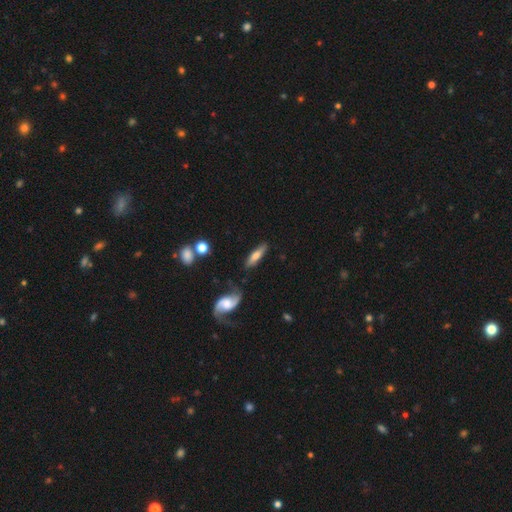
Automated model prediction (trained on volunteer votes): A smooth galaxy with no disk features (56%) that is cigar-shaped (60%).

Vote fractions:
- Smooth or featured? smooth: 56% / featured or disk: 37% / star or artifact: 7%
- How rounded? cigar-shaped: 60% / in between: 36% / round: 3%
- Merging? none: 76% / minor disturbance: 15% / major disturbance: 4% / merger: 4%